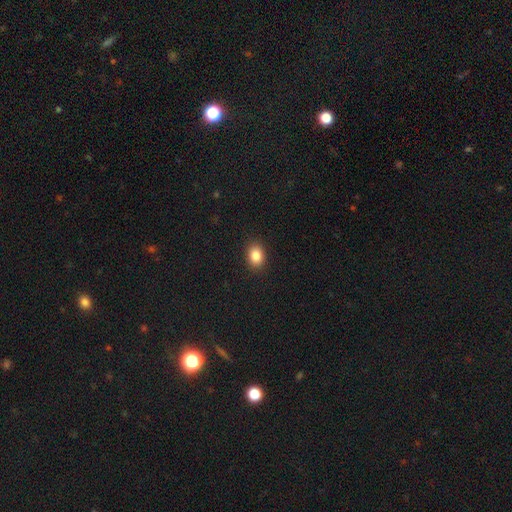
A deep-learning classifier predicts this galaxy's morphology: Smooth or featured? Predicted: smooth (p=0.85). How rounded? Predicted: in between (p=0.63). Merging? Predicted: none (p=0.90).